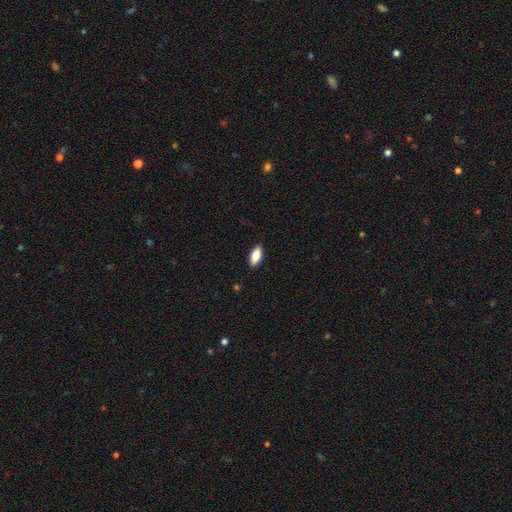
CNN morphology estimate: Overall: smooth (80%). How rounded: in between (85%). Merging: none (89%).